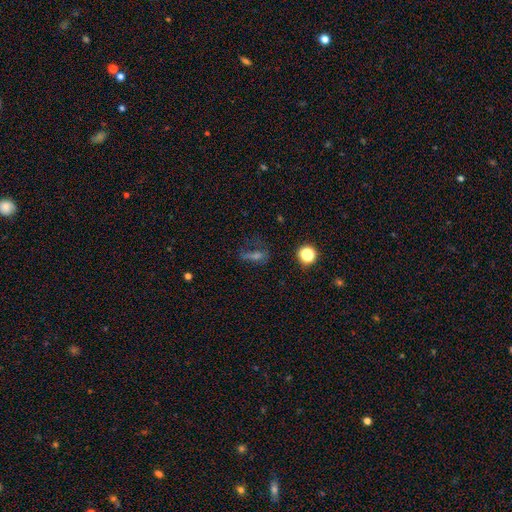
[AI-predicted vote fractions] A smooth galaxy with no disk features (38%). Merging: none (52%).